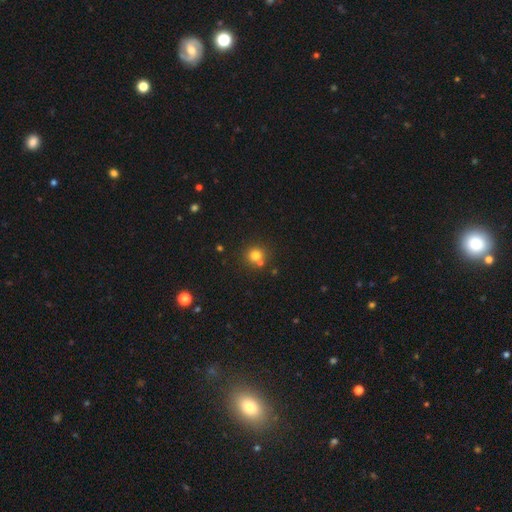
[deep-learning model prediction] smooth_or_featured: smooth (p=0.76) [alt: star or artifact p=0.15]
how_rounded: round (p=0.89) [alt: in between p=0.10]
merging: none (p=0.66) [alt: merger p=0.23]